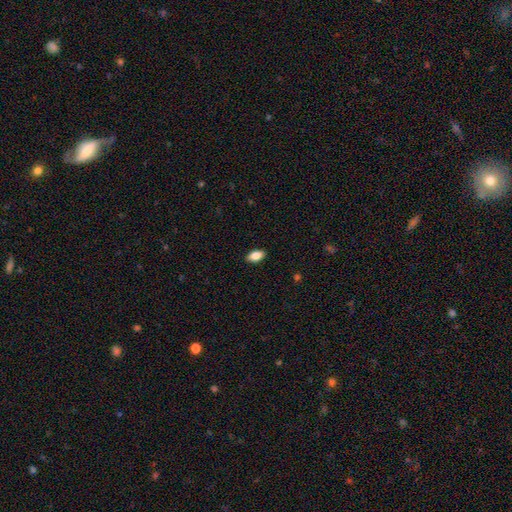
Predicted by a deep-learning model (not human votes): Smooth or featured? Predicted: smooth (p=0.86). How rounded? Predicted: in between (p=0.91). Merging? Predicted: none (p=0.90).